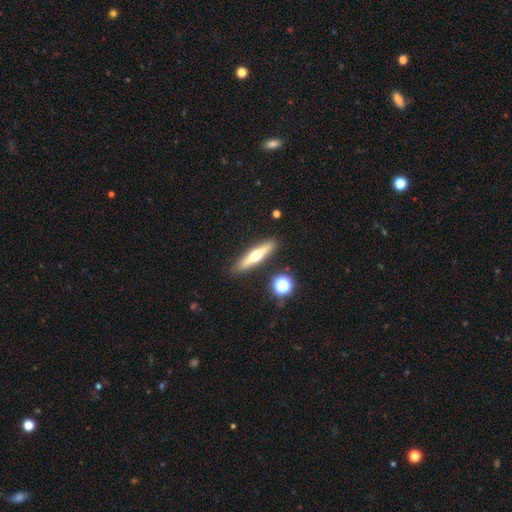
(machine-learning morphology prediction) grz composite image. It shows a featured or disk galaxy (55%) viewed edge-on (92%) with a rounded central bulge (92%). Merging: none (88%).